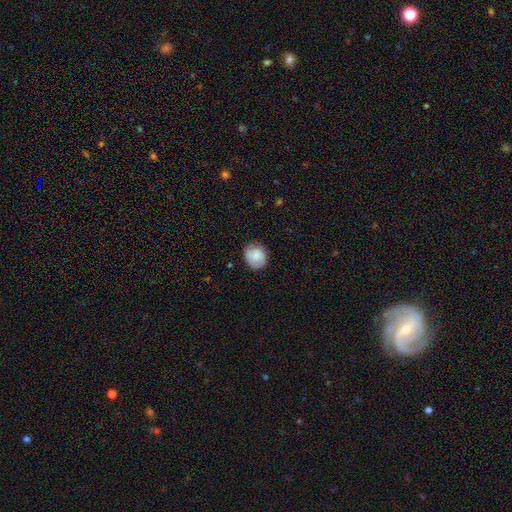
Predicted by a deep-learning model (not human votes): Q: Smooth or featured?
A: smooth (80%); runner-up: featured or disk (13%)
Q: How rounded?
A: round (77%); runner-up: in between (22%)
Q: Merging?
A: none (79%); runner-up: minor disturbance (17%)